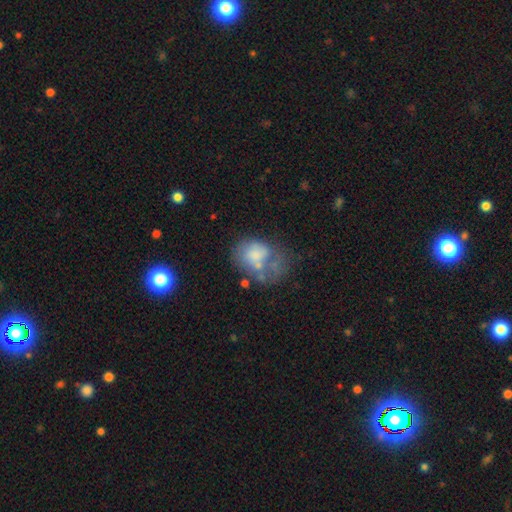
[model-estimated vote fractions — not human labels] Smooth or featured?
  - smooth: 54% *
  - featured or disk: 35%
  - star or artifact: 11%
How rounded?
  - in between: 62% *
  - round: 37%
  - cigar-shaped: 1%
Merging?
  - major disturbance: 36% *
  - none: 22%
  - merger: 21%
  - minor disturbance: 21%